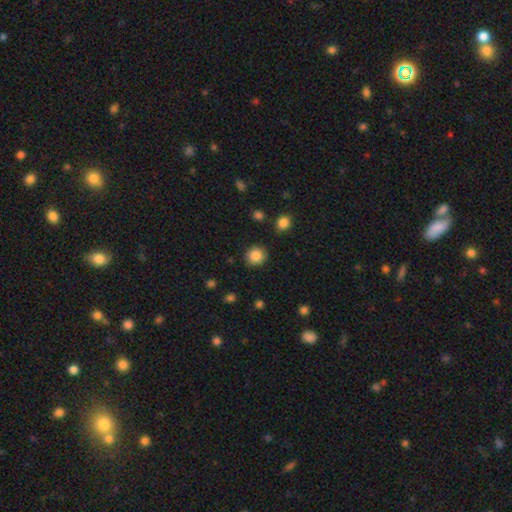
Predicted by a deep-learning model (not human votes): smooth 86%, star or artifact 10%, featured or disk 5%. Down the decision tree: how rounded — round (90%); merging — none (89%).